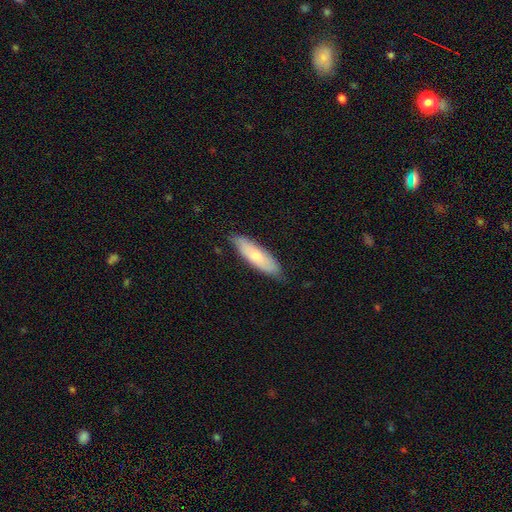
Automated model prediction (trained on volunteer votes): Smooth or featured: smooth — 67% (featured or disk — 27%)
How rounded: cigar-shaped — 51% (in between — 47%)
Merging: none — 80% (minor disturbance — 16%)